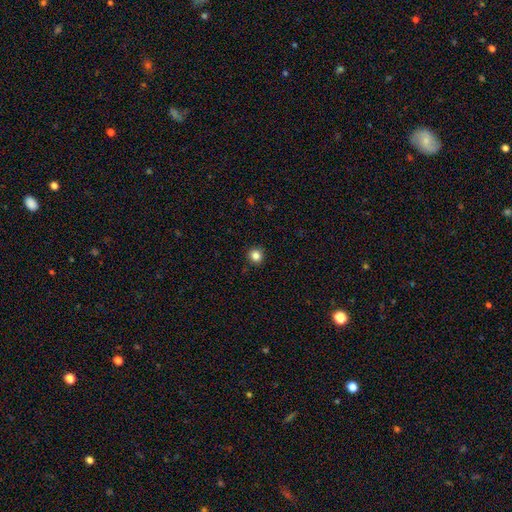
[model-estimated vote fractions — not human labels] This appears to be a smooth galaxy with no disk features (84%) that is round (93%). Merging: none (93%).